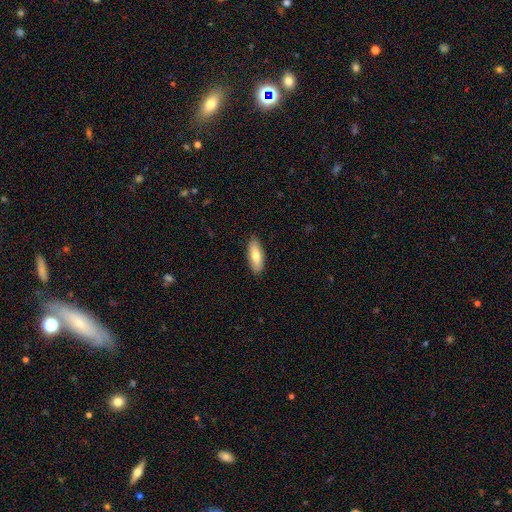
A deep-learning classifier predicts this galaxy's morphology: type=smooth (75%); roundness=in between (71%); merging=none (88%).